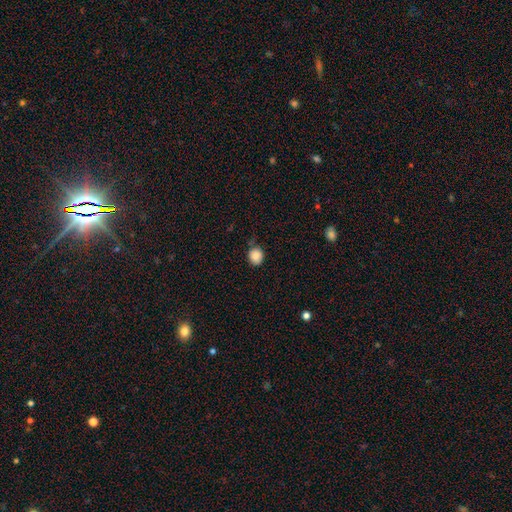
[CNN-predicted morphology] smooth 87%, star or artifact 9%, featured or disk 4%. Down the decision tree: how rounded — round (75%); merging — none (68%).